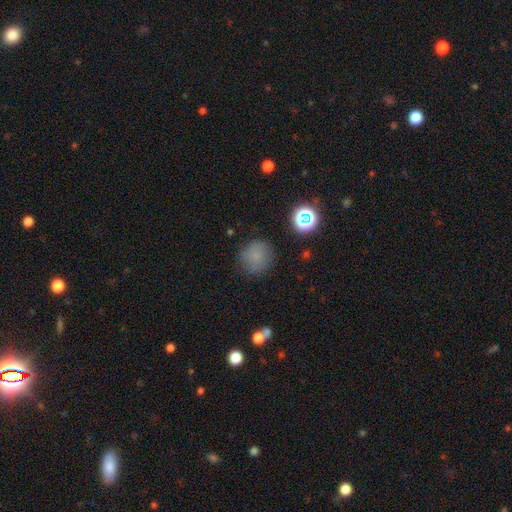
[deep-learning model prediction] Overall: smooth (76%). How rounded: round (89%). Merging: none (81%).